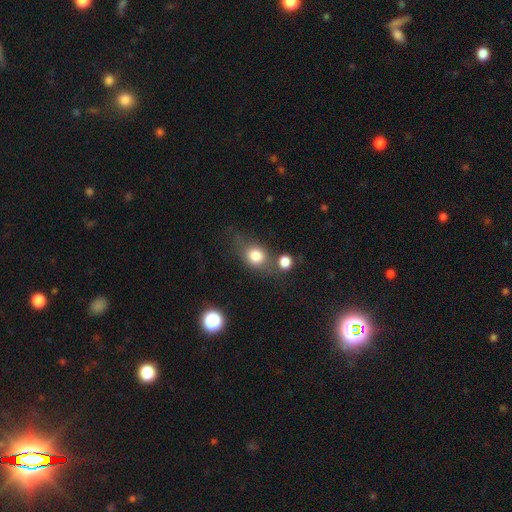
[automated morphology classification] This is likely a smooth galaxy (77%). How rounded: possibly round (55%). Merging: possibly none (53%).